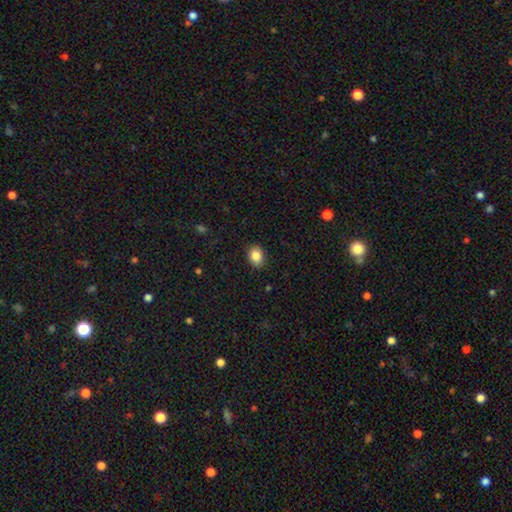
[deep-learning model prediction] Overall: smooth (86%). How rounded: in between (67%; round 32%). Merging: none (88%).